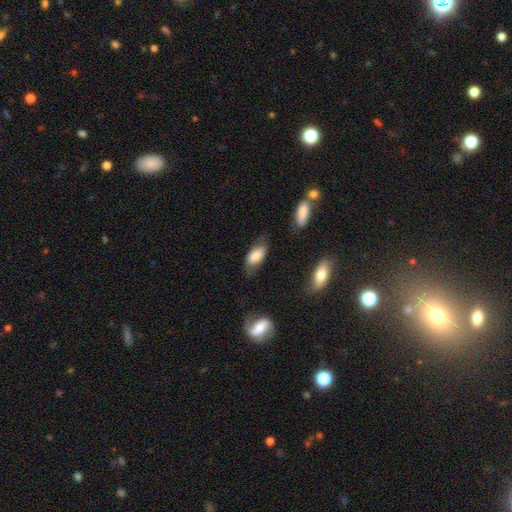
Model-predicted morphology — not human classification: smooth_or_featured: smooth (p=0.78) [alt: featured or disk p=0.15]
how_rounded: in between (p=0.91) [alt: cigar-shaped p=0.05]
merging: none (p=0.61) [alt: minor disturbance p=0.26]